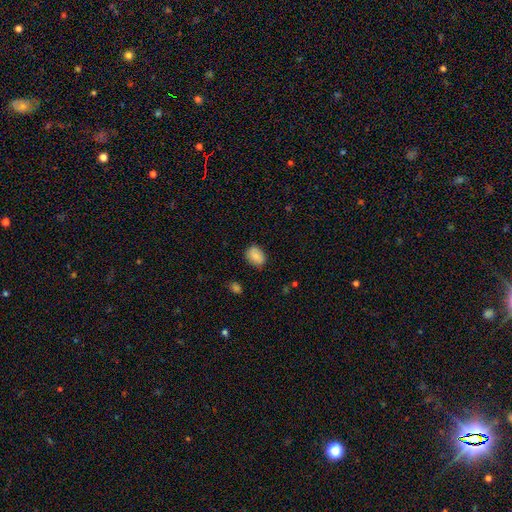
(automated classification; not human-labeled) Smooth or featured: smooth — 84% (featured or disk — 9%)
How rounded: in between — 74% (round — 25%)
Merging: none — 80% (minor disturbance — 16%)